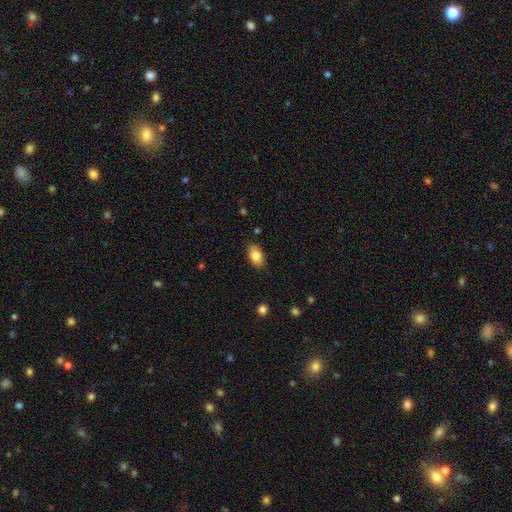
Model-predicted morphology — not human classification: Q: Smooth or featured?
A: smooth (83%); runner-up: featured or disk (10%)
Q: How rounded?
A: in between (90%); runner-up: round (8%)
Q: Merging?
A: none (84%); runner-up: minor disturbance (13%)